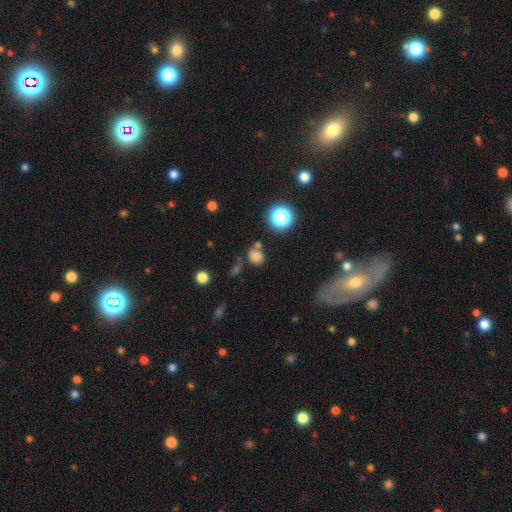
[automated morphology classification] This appears to be a smooth galaxy with no disk features (74%) that is round (74%). Merging: none (63%).